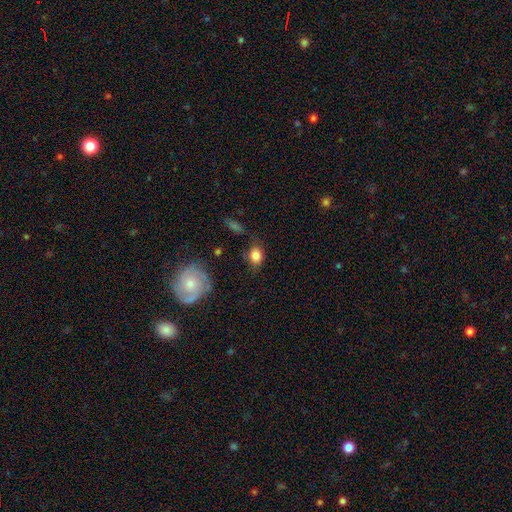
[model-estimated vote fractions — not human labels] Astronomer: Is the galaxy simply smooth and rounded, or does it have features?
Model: smooth — 80%.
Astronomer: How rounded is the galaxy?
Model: in between — 51% (runner-up: round, 48%).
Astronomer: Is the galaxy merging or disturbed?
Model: none — 66%.